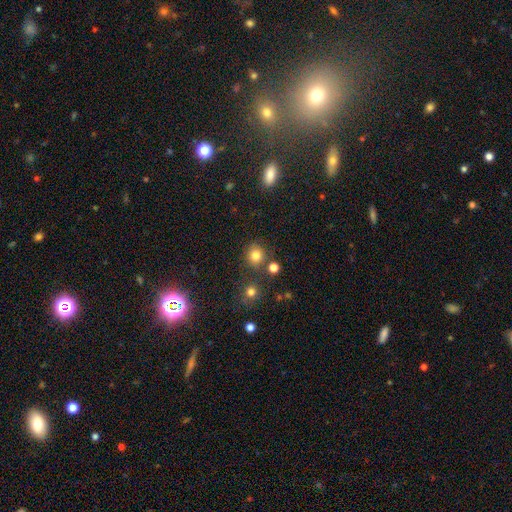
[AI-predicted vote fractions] A smooth galaxy with no disk features (79%) that is round (88%).

Vote fractions:
- Smooth or featured? smooth: 79% / star or artifact: 15% / featured or disk: 6%
- How rounded? round: 88% / in between: 11% / cigar-shaped: 1%
- Merging? none: 78% / minor disturbance: 9% / merger: 9% / major disturbance: 4%